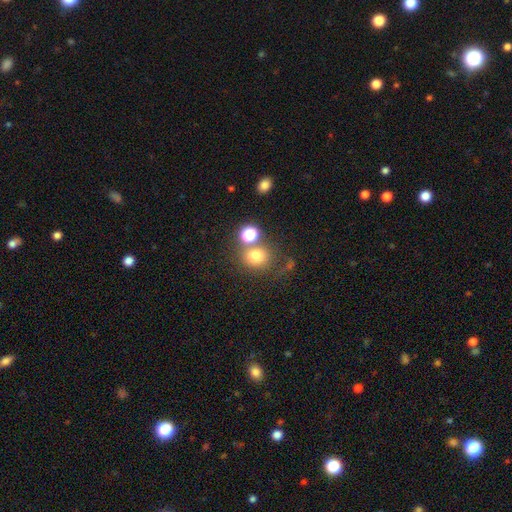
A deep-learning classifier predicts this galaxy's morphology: Smooth or featured?
  - smooth: 73% *
  - star or artifact: 16%
  - featured or disk: 11%
How rounded?
  - round: 78% *
  - in between: 22%
  - cigar-shaped: 1%
Merging?
  - none: 59% *
  - merger: 22%
  - minor disturbance: 11%
  - major disturbance: 7%